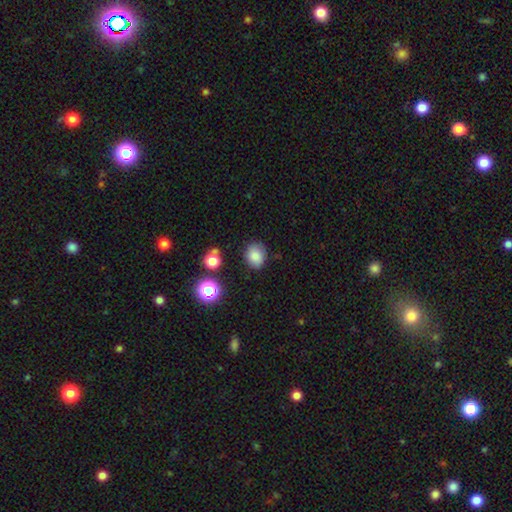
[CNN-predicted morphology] smooth 82%, star or artifact 11%, featured or disk 7%. Down the decision tree: how rounded — round (52%); merging — none (79%).